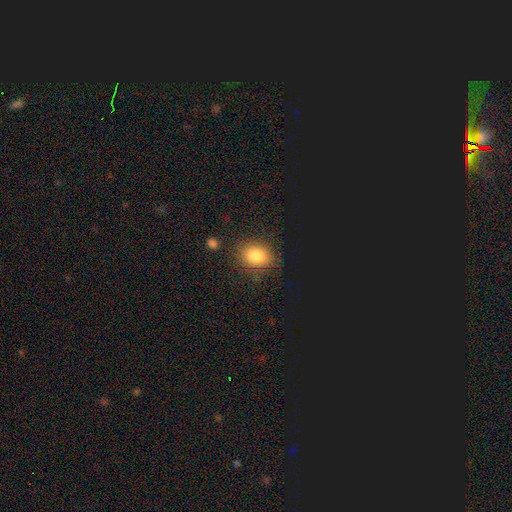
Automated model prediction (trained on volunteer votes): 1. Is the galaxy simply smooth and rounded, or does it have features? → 82% smooth, 11% star or artifact, 7% featured or disk.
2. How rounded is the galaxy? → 59% in between, 40% round, 1% cigar-shaped.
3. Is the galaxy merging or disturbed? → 81% none, 12% minor disturbance, 4% major disturbance, 3% merger.